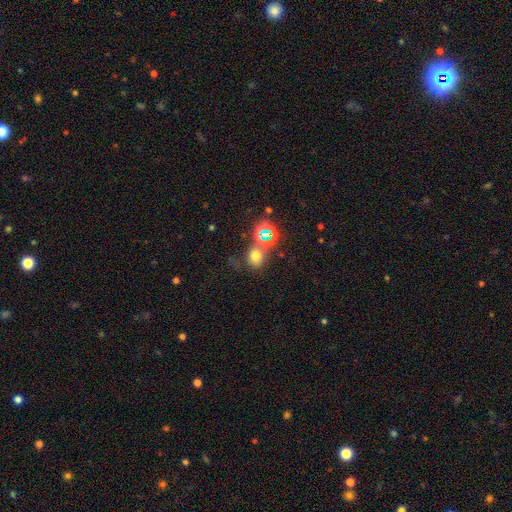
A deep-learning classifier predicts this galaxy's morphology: smooth_or_featured: smooth (p=0.63) [alt: star or artifact p=0.28]
how_rounded: round (p=0.65) [alt: in between p=0.33]
merging: none (p=0.64) [alt: merger p=0.17]